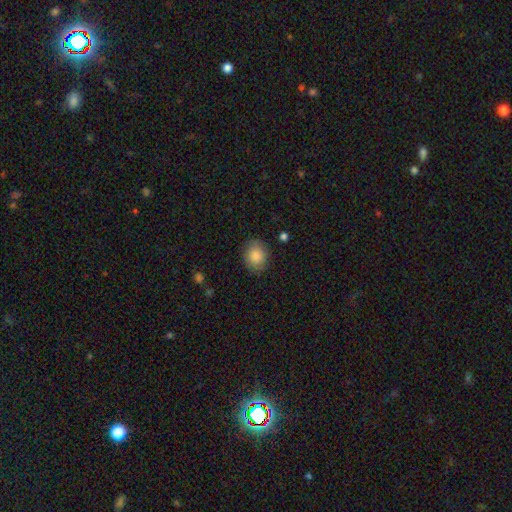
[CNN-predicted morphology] A smooth galaxy with no disk features (85%) that is round (62%).

Vote fractions:
- Smooth or featured? smooth: 85% / star or artifact: 8% / featured or disk: 7%
- How rounded? round: 62% / in between: 37% / cigar-shaped: 1%
- Merging? none: 86% / minor disturbance: 11% / major disturbance: 3% / merger: 1%